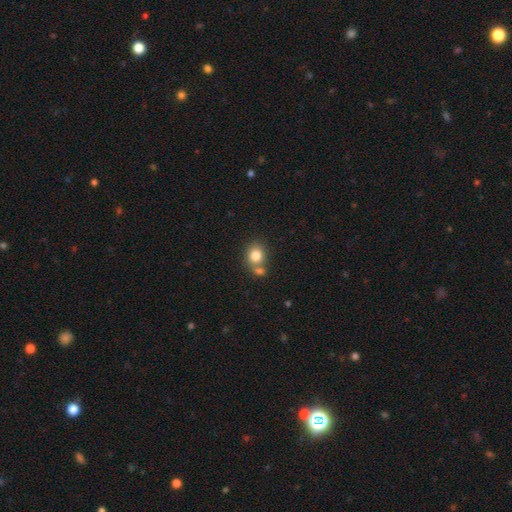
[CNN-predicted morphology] Smooth or featured? smooth (81%)
How rounded? round (71%)
Merging? none (50%)